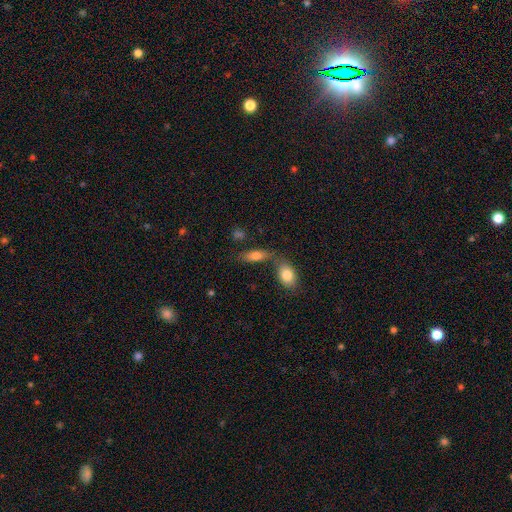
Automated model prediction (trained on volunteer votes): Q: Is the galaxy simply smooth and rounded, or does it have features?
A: smooth — 76%.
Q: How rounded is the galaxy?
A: in between — 76%.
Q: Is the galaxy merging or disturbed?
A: none — 49%.